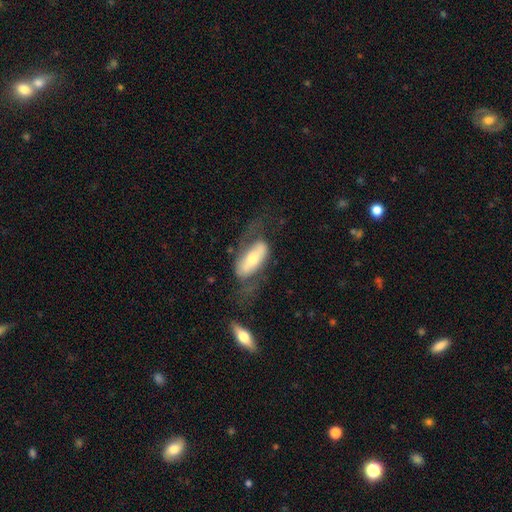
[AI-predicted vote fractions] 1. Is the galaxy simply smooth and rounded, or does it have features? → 65% featured or disk, 28% smooth, 7% star or artifact.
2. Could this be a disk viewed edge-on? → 83% no, 17% yes.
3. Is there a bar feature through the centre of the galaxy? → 40% strong, 34% no, 26% weak.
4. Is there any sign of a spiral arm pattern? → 69% yes, 31% no.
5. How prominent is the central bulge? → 55% moderate, 34% small, 8% large, 2% dominant, 1% none.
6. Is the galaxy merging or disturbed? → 50% none, 26% major disturbance, 19% minor disturbance, 6% merger.